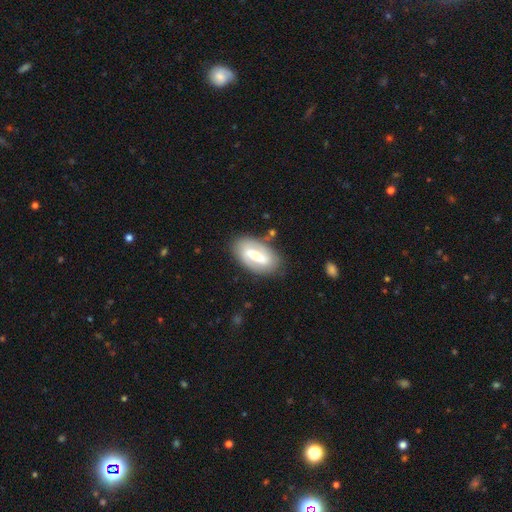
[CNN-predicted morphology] smooth_or_featured: featured or disk (p=0.61) [alt: smooth p=0.33]
disk_edge_on: no (p=0.90) [alt: yes p=0.10]
bar: strong (p=0.55) [alt: weak p=0.34]
has_spiral_arms: yes (p=0.62) [alt: no p=0.38]
bulge_size: moderate (p=0.55) [alt: small p=0.28]
merging: none (p=0.80) [alt: minor disturbance p=0.13]